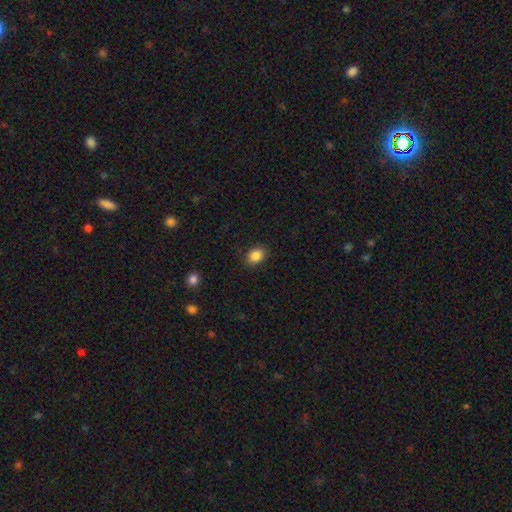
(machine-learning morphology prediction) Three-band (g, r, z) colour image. It shows a smooth galaxy with no disk features (87%) that is in between round and cigar-shaped (62%). Merging: none (87%).